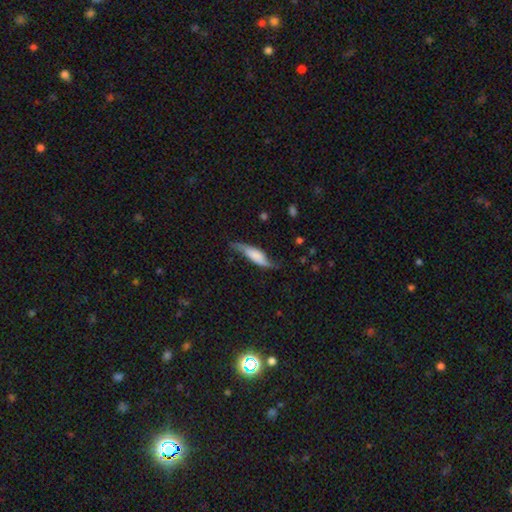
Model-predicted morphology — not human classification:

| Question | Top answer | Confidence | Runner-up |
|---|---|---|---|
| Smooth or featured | featured or disk | 51% | smooth (42%) |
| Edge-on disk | no | 58% | yes (42%) |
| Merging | none | 57% | minor disturbance (29%) |